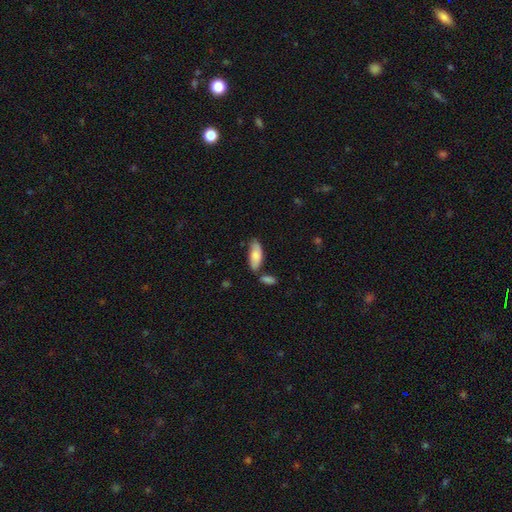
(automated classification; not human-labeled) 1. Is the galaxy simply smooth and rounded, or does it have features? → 81% smooth, 13% featured or disk, 6% star or artifact.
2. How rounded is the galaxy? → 77% in between, 22% cigar-shaped, 2% round.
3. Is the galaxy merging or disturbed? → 62% none, 20% minor disturbance, 13% merger, 5% major disturbance.